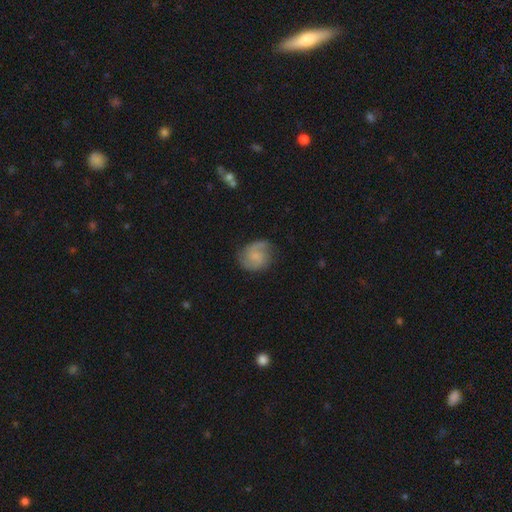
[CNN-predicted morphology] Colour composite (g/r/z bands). It shows a featured or disk galaxy (63%) with no bar (68%), 2 (66%) medium (47%) spiral arms (93%) and a small central bulge (64%). Merging: none (70%).